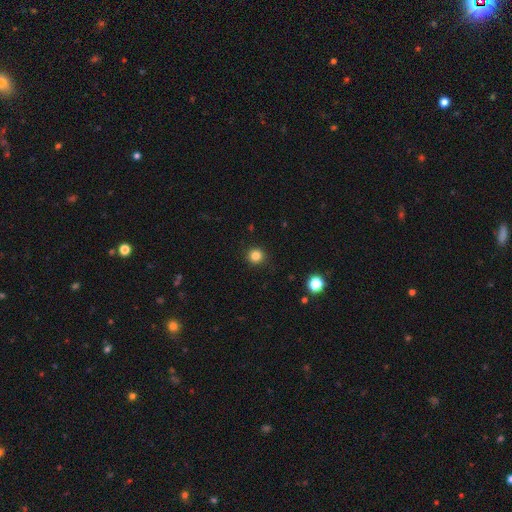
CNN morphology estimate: Smooth or featured: smooth — 83% (star or artifact — 13%)
How rounded: round — 94% (in between — 5%)
Merging: none — 92% (minor disturbance — 5%)